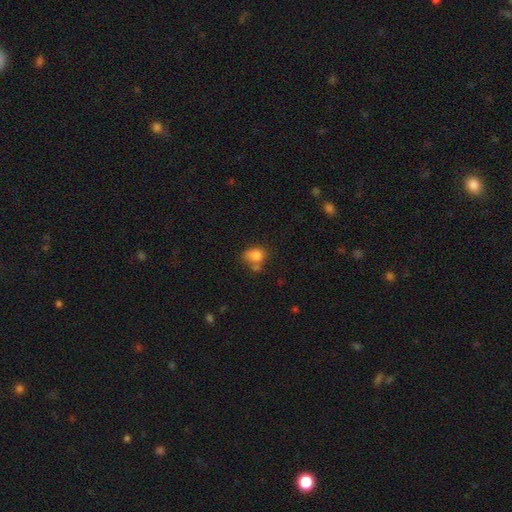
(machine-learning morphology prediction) smooth_or_featured: smooth (p=0.80) [alt: star or artifact p=0.11]
how_rounded: in between (p=0.56) [alt: round p=0.43]
merging: none (p=0.47) [alt: merger p=0.23]